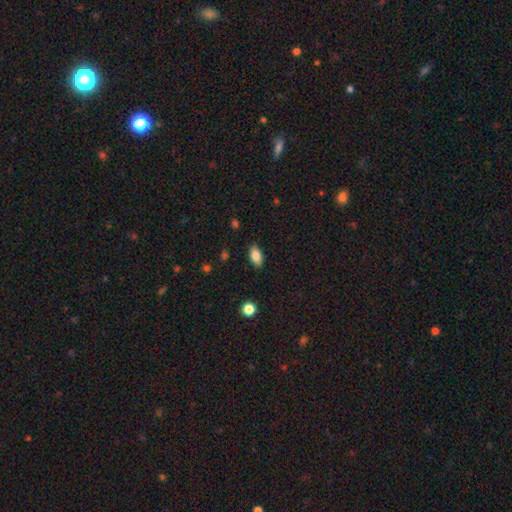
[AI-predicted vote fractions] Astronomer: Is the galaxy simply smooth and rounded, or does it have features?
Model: smooth — 85%.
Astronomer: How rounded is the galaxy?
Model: in between — 92%.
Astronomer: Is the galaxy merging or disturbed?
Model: none — 87%.